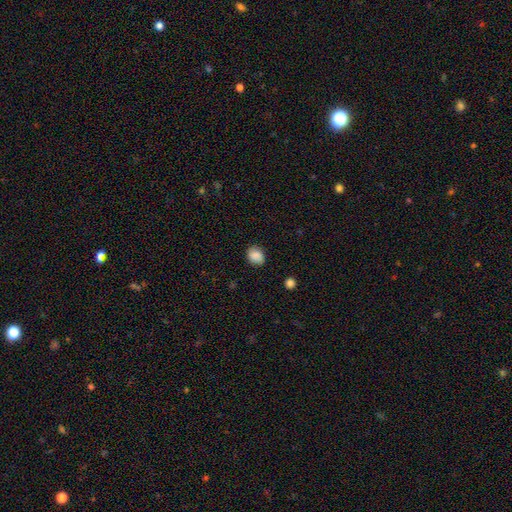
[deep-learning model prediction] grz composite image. It shows a smooth galaxy with no disk features (81%) that is round (52%). Merging: none (79%).